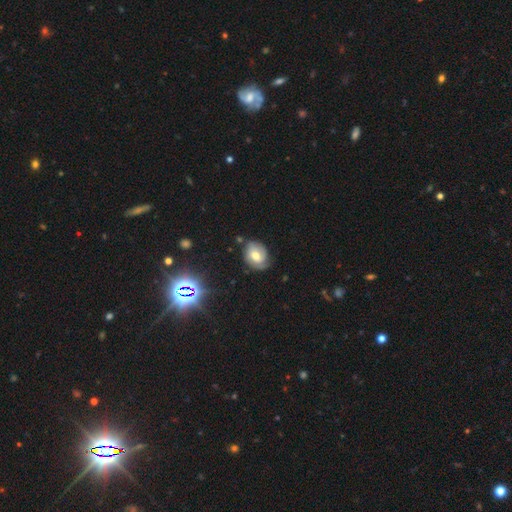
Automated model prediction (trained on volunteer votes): featured or disk 51%, smooth 38%, star or artifact 11%. Down the decision tree: edge-on disk — no (96%); merging — none (62%).